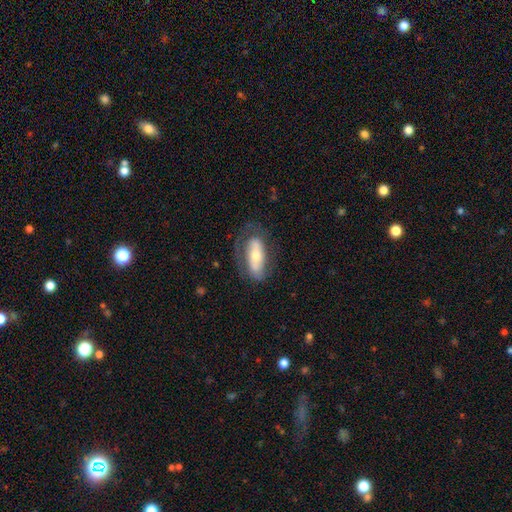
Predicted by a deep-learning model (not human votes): A smooth galaxy with no disk features (47%, tied with featured or disk). Merging: none (62%).